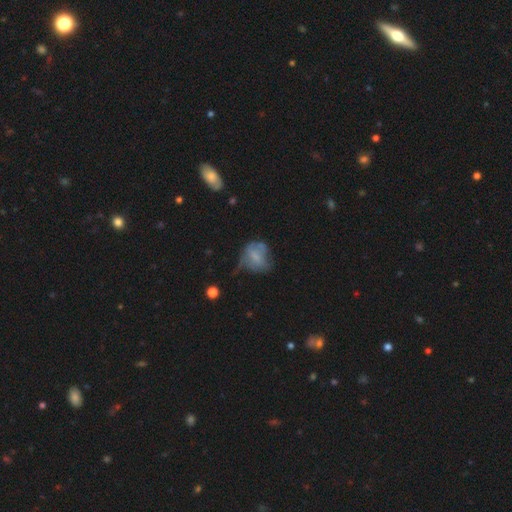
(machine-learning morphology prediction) A smooth galaxy with no disk features (55%) that is round (55%). Merging: minor disturbance (32%).